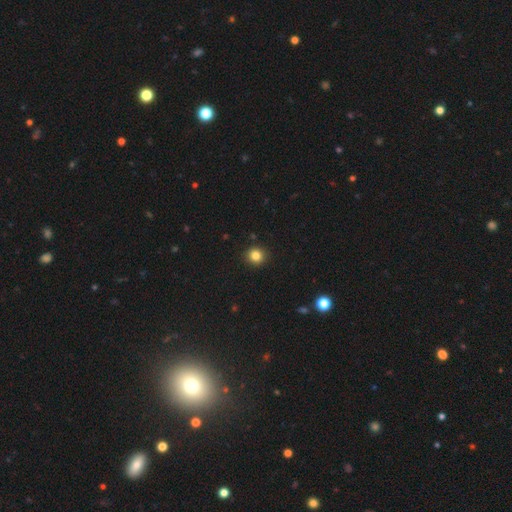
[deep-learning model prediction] A smooth galaxy with no disk features (83%) that is round (91%).

Vote fractions:
- Smooth or featured? smooth: 83% / star or artifact: 12% / featured or disk: 5%
- How rounded? round: 91% / in between: 8% / cigar-shaped: 1%
- Merging? none: 92% / minor disturbance: 5% / major disturbance: 2% / merger: 1%